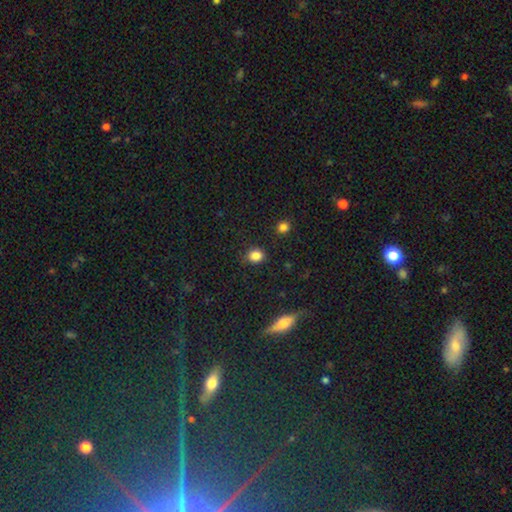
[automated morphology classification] Smooth or featured? Predicted: smooth (p=0.84). How rounded? Predicted: round (p=0.68). Merging? Predicted: none (p=0.85).